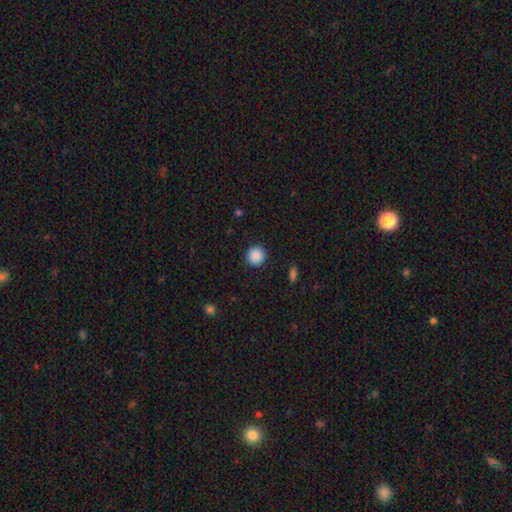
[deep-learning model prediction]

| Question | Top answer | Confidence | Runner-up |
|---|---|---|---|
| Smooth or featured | smooth | 88% | star or artifact (9%) |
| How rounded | round | 94% | in between (5%) |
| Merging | none | 92% | minor disturbance (6%) |